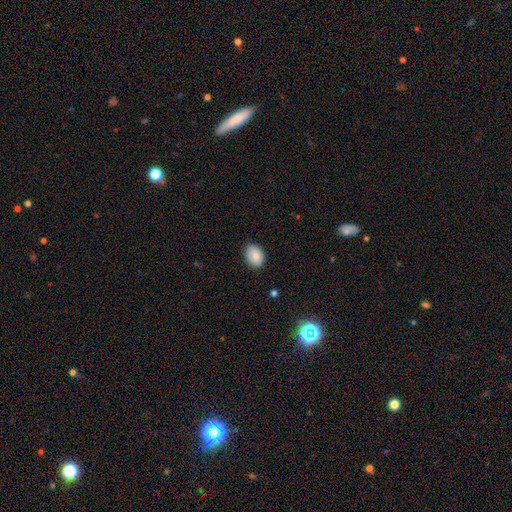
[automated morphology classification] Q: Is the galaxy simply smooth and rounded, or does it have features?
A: smooth — 83%.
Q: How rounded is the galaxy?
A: in between — 79%.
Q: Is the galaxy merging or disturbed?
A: none — 86%.